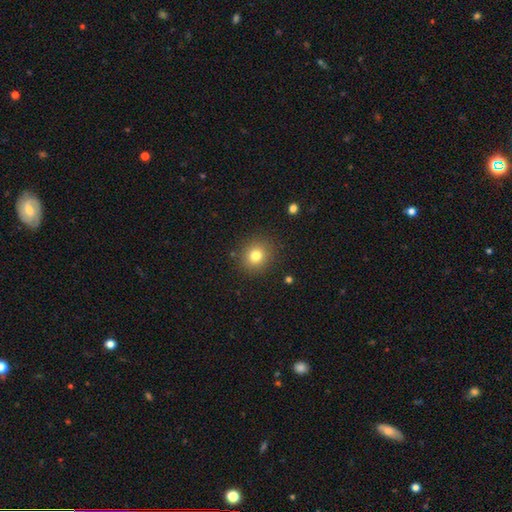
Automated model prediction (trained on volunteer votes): Smooth or featured?
  - smooth: 79% *
  - star or artifact: 13%
  - featured or disk: 8%
How rounded?
  - round: 86% *
  - in between: 13%
  - cigar-shaped: 1%
Merging?
  - none: 88% *
  - minor disturbance: 7%
  - major disturbance: 3%
  - merger: 2%